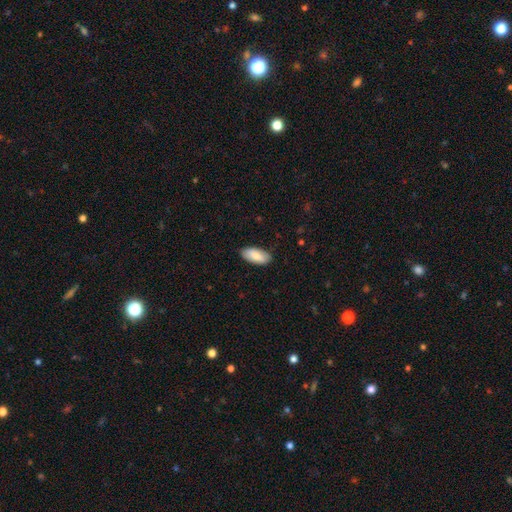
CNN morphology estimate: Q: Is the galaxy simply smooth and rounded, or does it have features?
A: smooth — 81%.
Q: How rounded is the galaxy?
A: in between — 90%.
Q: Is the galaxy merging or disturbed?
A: none — 84%.